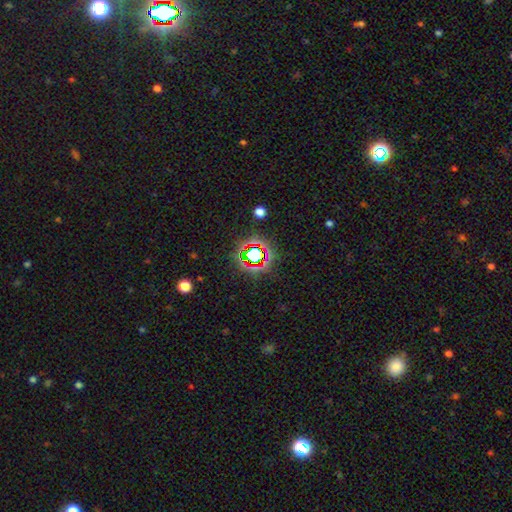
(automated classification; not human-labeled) Morphology: type=star or artifact (72%).